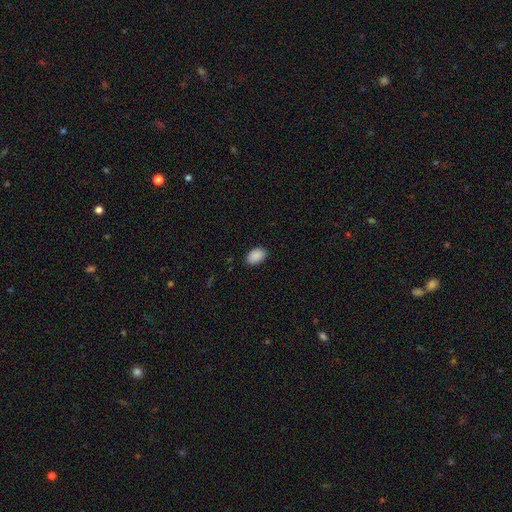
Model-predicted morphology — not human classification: A smooth galaxy with no disk features (90%) that is in between round and cigar-shaped (88%).

Vote fractions:
- Smooth or featured? smooth: 90% / star or artifact: 7% / featured or disk: 3%
- How rounded? in between: 88% / round: 11% / cigar-shaped: 1%
- Merging? none: 87% / minor disturbance: 9% / major disturbance: 2% / merger: 1%